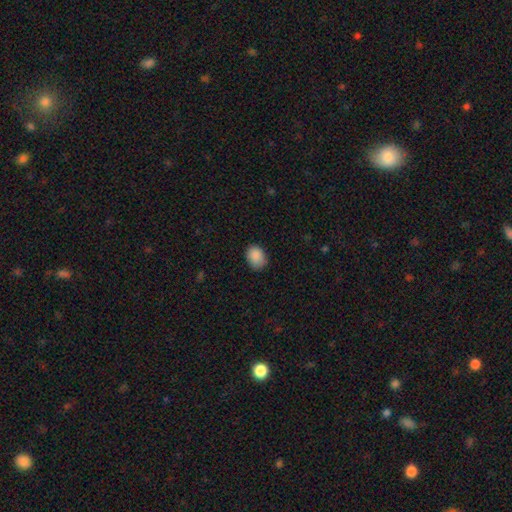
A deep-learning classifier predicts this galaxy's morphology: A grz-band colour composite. It shows a smooth galaxy with no disk features (88%) that is in between round and cigar-shaped (62%). Merging: none (78%).